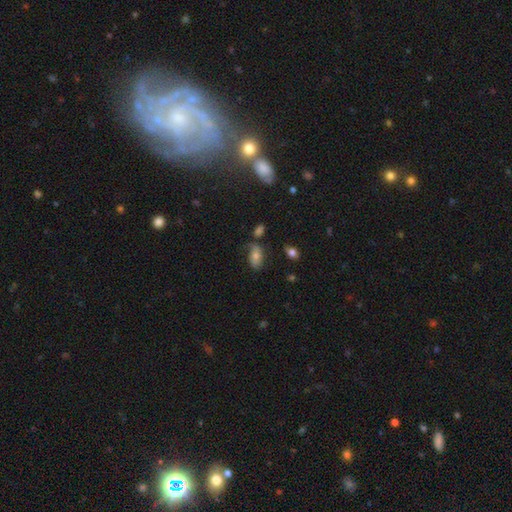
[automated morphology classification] smooth 55%, featured or disk 33%, star or artifact 12%. Down the decision tree: how rounded — in between (90%); merging — none (56%).